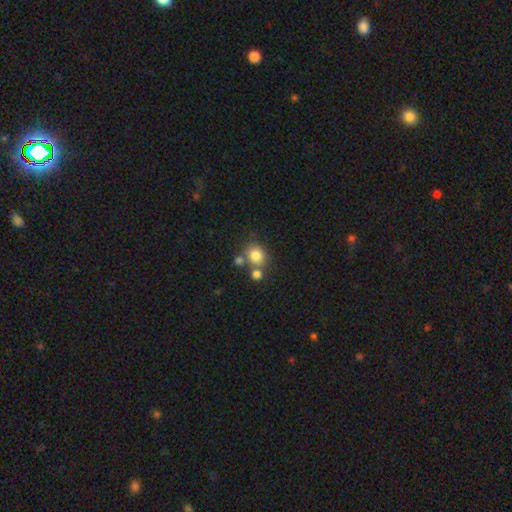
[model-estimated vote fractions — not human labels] A smooth galaxy with no disk features (81%) that is round (70%).

Vote fractions:
- Smooth or featured? smooth: 81% / star or artifact: 11% / featured or disk: 8%
- How rounded? round: 70% / in between: 29% / cigar-shaped: 1%
- Merging? none: 60% / merger: 25% / minor disturbance: 11% / major disturbance: 4%